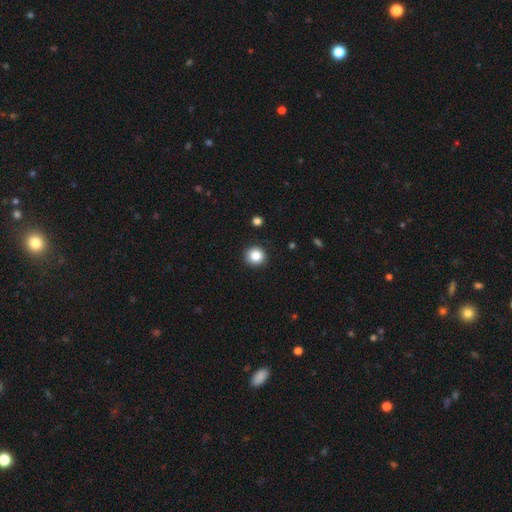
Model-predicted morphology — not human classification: Smooth or featured?
  - smooth: 85% *
  - star or artifact: 10%
  - featured or disk: 5%
How rounded?
  - round: 93% *
  - in between: 6%
  - cigar-shaped: 1%
Merging?
  - none: 92% *
  - minor disturbance: 6%
  - major disturbance: 2%
  - merger: 1%